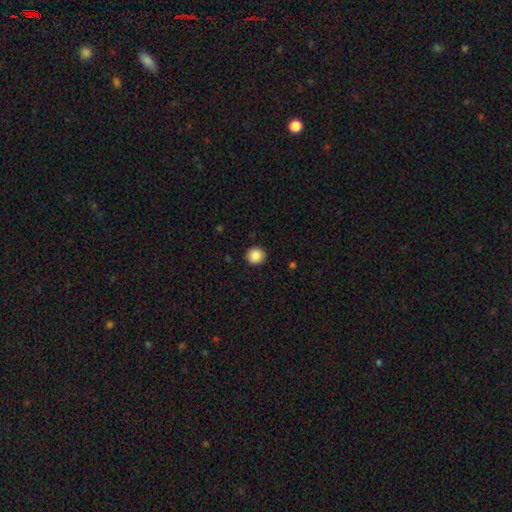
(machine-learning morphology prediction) type=smooth (88%); roundness=round (90%); merging=none (91%).